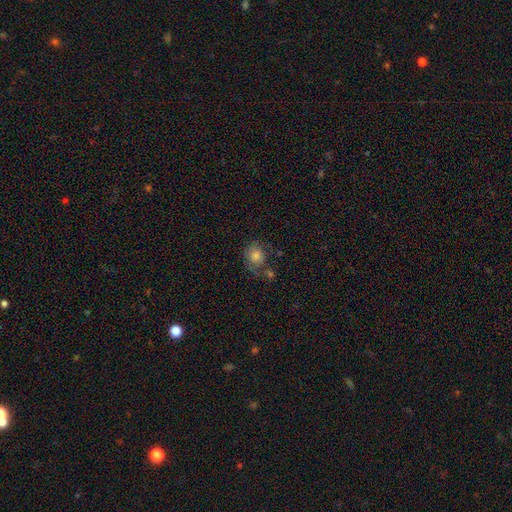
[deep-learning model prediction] The model was most divided on "merging": none: 49%, minor disturbance: 23%, major disturbance: 16%, merger: 12%. More confident: how rounded — round (68%); smooth or featured — smooth (64%).